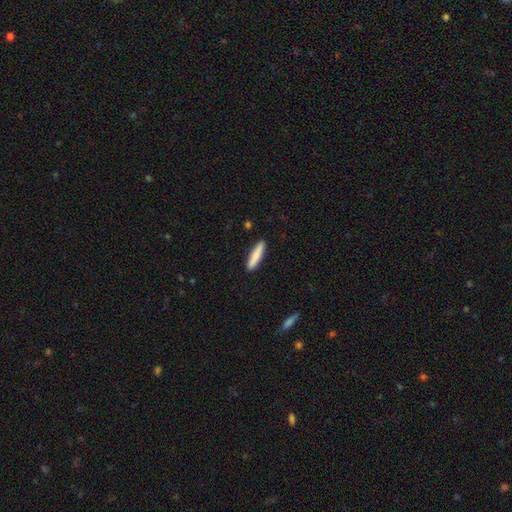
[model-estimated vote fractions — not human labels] Morphology: type=smooth (83%); roundness=cigar-shaped (87%); merging=none (89%).